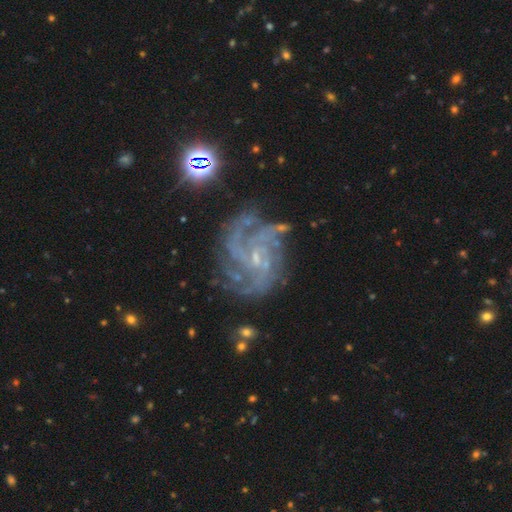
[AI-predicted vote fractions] Smooth or featured? featured or disk (87%)
Edge-on disk? no (98%)
Bar? no (56%)
Spiral arms? yes (97%)
Spiral winding? medium (45%)
Spiral arm count? 4 (31%)
Bulge size? small (78%)
Merging? none (67%)